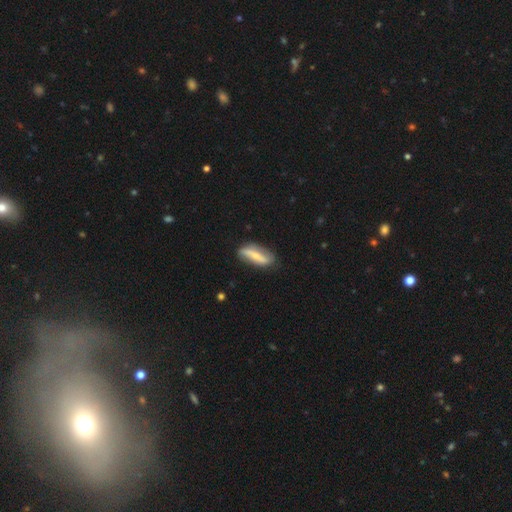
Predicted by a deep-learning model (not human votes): Q: Smooth or featured?
A: featured or disk (50%); runner-up: smooth (44%)
Q: Merging?
A: none (79%); runner-up: minor disturbance (16%)